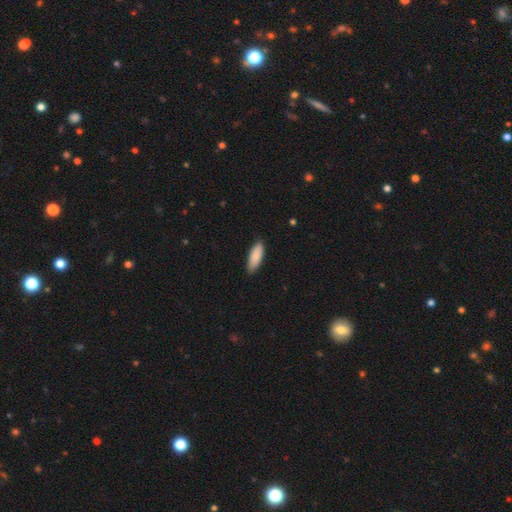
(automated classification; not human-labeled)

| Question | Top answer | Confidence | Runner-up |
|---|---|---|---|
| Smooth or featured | smooth | 88% | featured or disk (7%) |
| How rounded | in between | 70% | cigar-shaped (28%) |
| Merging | none | 85% | minor disturbance (12%) |